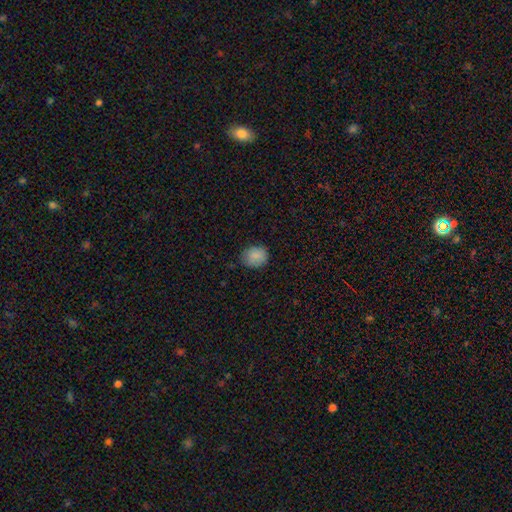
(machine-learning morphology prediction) This appears to be a smooth galaxy with no disk features (87%) that is round (56%). Merging: none (79%).